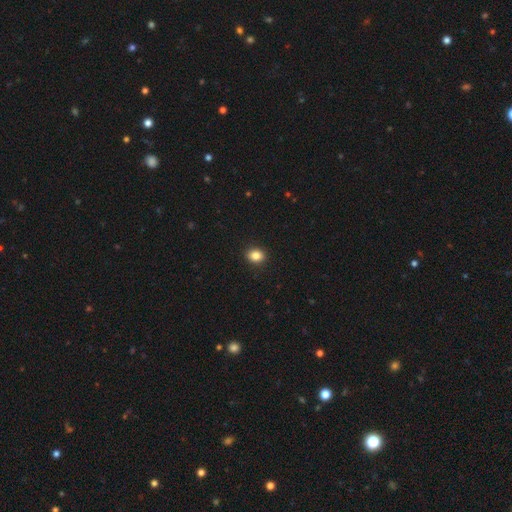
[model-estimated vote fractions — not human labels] smooth-or-featured: smooth: 86% | star or artifact: 10% | featured or disk: 5%
  how-rounded: in between: 52% | round: 47% | cigar-shaped: 1%
  merging: none: 91% | minor disturbance: 6% | major disturbance: 2% | merger: 1%